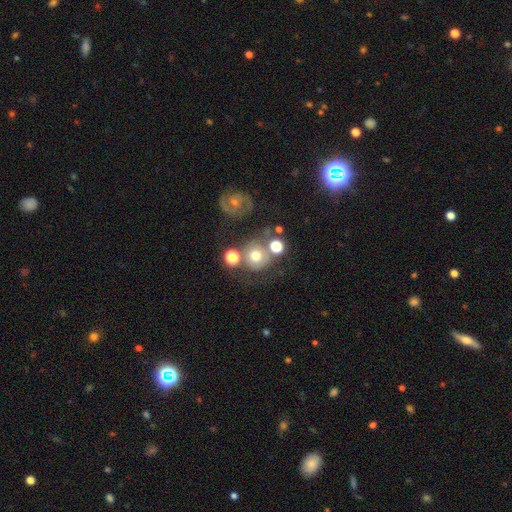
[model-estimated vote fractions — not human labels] Overall: smooth (57%; featured or disk 30%). How rounded: round (87%). Merging: none (54%; merger 22%).